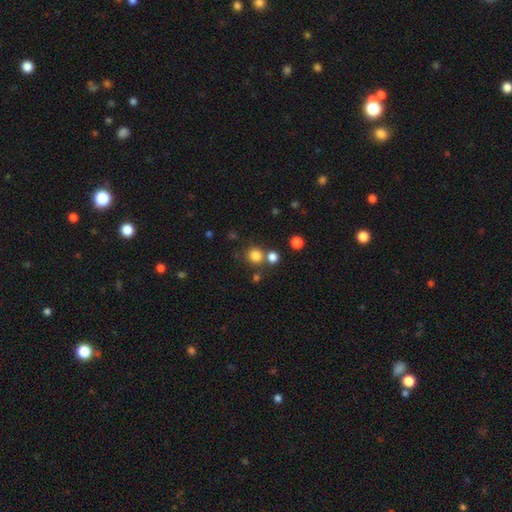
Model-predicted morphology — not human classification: smooth 81%, star or artifact 14%, featured or disk 6%. Down the decision tree: how rounded — round (89%); merging — none (69%).